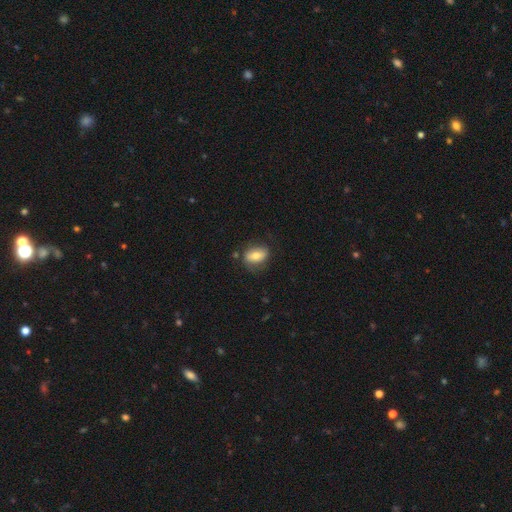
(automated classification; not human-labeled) A smooth galaxy with no disk features (67%) that is in between round and cigar-shaped (78%).

Vote fractions:
- Smooth or featured? smooth: 67% / featured or disk: 25% / star or artifact: 8%
- How rounded? in between: 78% / round: 19% / cigar-shaped: 3%
- Merging? none: 70% / minor disturbance: 20% / major disturbance: 7% / merger: 3%